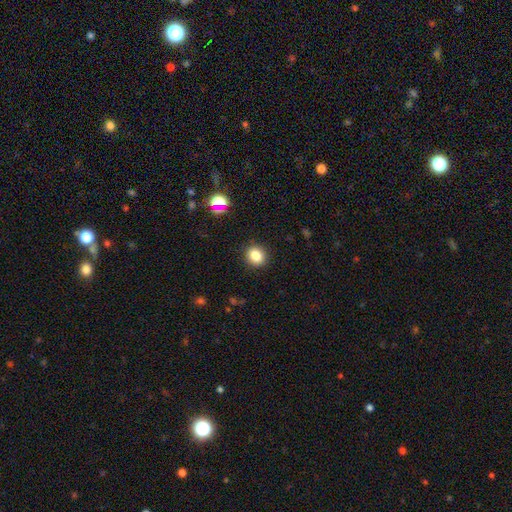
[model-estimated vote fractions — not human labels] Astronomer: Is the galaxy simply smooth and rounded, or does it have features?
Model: smooth — 83%.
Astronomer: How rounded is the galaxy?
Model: round — 74%.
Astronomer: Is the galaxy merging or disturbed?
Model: none — 90%.